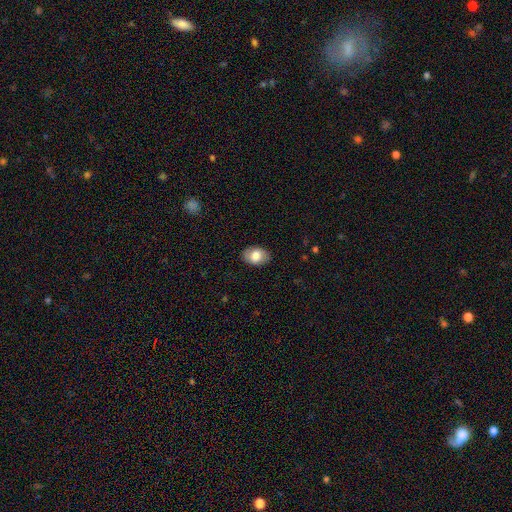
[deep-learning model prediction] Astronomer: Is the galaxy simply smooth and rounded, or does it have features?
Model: smooth — 79%.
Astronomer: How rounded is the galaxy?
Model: in between — 82%.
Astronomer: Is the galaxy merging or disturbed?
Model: none — 86%.